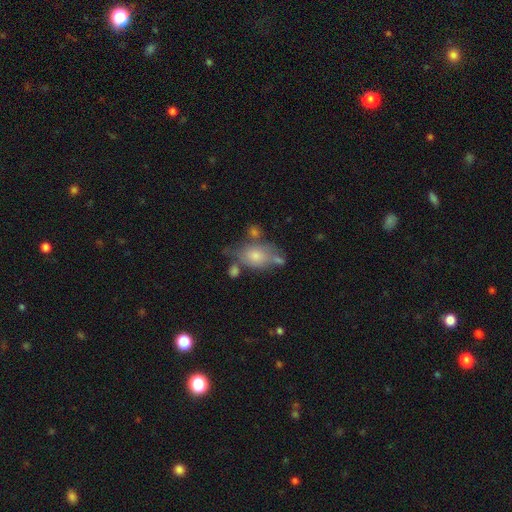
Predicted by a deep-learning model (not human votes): smooth_or_featured: smooth (p=0.68) [alt: featured or disk p=0.24]
how_rounded: in between (p=0.77) [alt: round p=0.20]
merging: none (p=0.41) [alt: minor disturbance p=0.25]